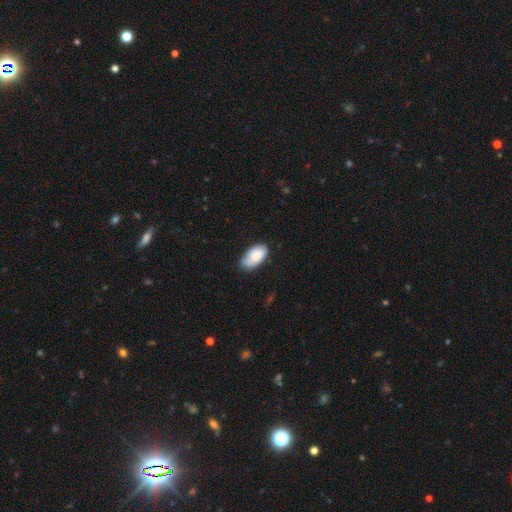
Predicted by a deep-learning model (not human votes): smooth-or-featured: smooth: 81% | featured or disk: 13% | star or artifact: 6%
  how-rounded: in between: 95% | round: 3% | cigar-shaped: 2%
  merging: none: 60% | minor disturbance: 31% | major disturbance: 6% | merger: 2%